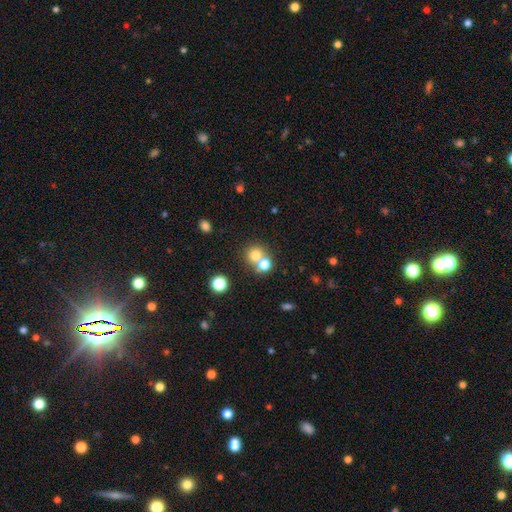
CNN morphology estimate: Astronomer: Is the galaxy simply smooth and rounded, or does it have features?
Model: smooth — 74%.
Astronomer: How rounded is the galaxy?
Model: round — 86%.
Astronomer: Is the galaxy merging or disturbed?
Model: none — 49% (runner-up: merger, 42%).